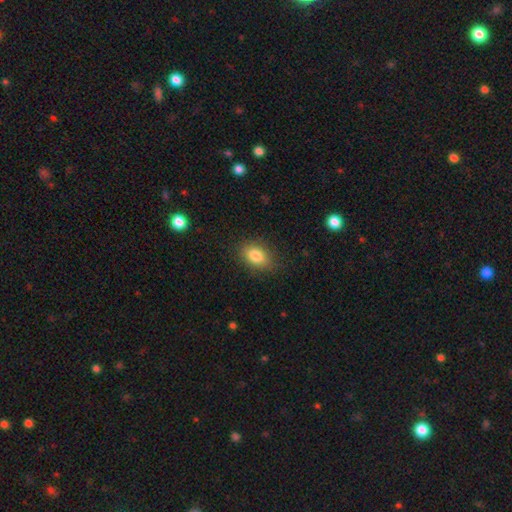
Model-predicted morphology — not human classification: This is clearly a smooth galaxy (83%). How rounded: clearly in between (81%). Merging: clearly none (84%).